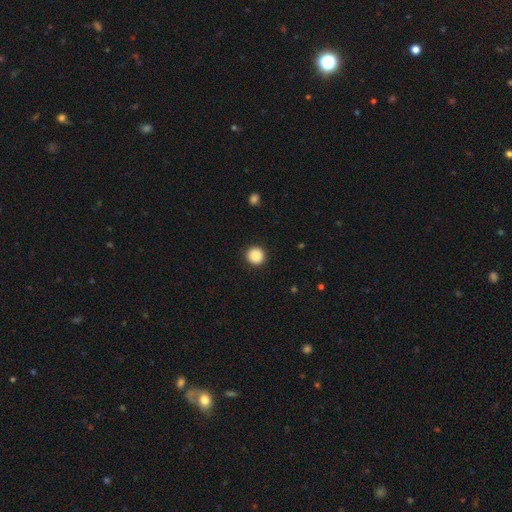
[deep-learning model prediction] This appears to be a smooth galaxy with no disk features (88%) that is round (95%). Merging: none (92%).